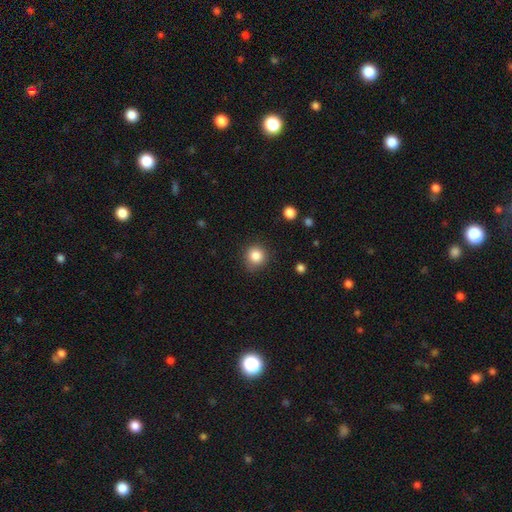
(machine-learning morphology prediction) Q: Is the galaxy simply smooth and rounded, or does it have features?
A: smooth — 85%.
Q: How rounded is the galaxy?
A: round — 92%.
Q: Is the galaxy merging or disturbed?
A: none — 85%.